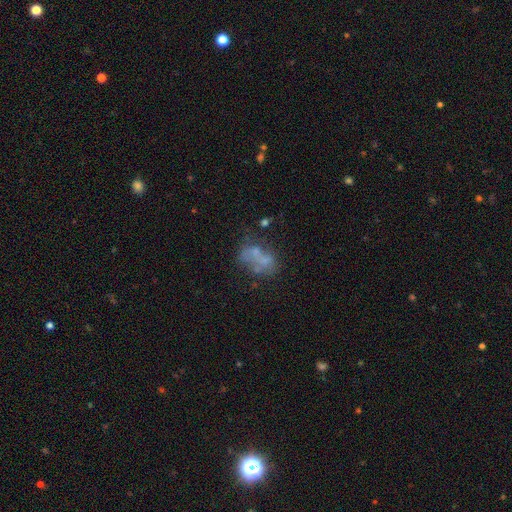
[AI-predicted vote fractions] Smooth or featured?
  - featured or disk: 48% *
  - smooth: 35%
  - star or artifact: 17%
Merging?
  - none: 36% *
  - merger: 27%
  - major disturbance: 20%
  - minor disturbance: 17%